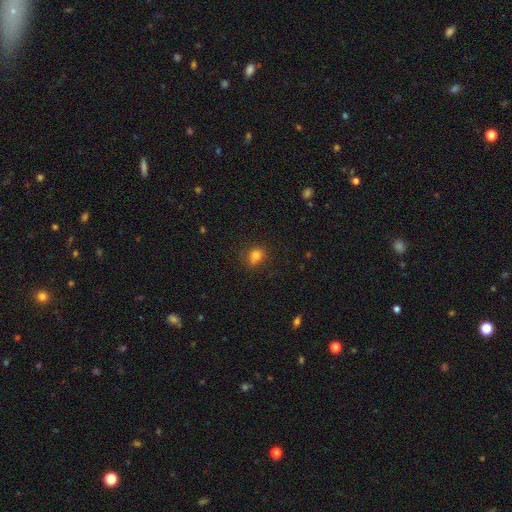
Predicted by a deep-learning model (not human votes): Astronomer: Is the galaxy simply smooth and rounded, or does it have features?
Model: smooth — 80%.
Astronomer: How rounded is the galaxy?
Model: round — 55% (runner-up: in between, 44%).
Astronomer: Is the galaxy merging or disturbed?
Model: none — 74%.